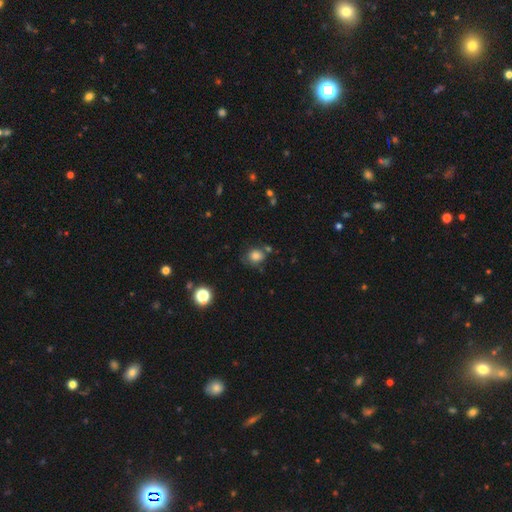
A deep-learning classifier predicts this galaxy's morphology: Smooth or featured? smooth (81%)
How rounded? round (78%)
Merging? none (68%)